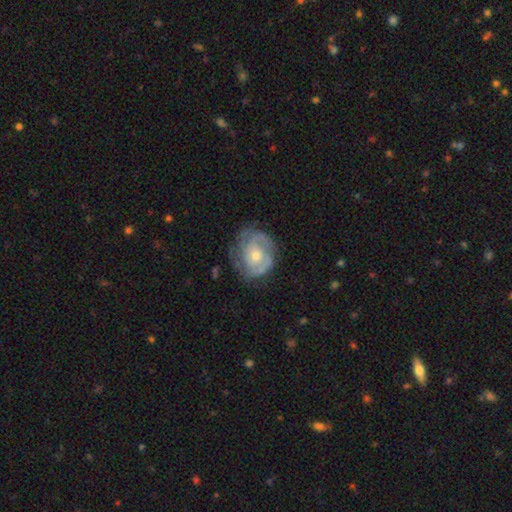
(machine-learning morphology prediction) Overall: featured or disk (77%). Edge-on disk: no (97%). Bar: no (75%). Spiral arms: yes (88%). Spiral arm count: 2 (36%; can't tell 31%). Spiral winding: tight (60%; medium 31%). Bulge size: moderate (56%; small 38%). Merging: none (67%).